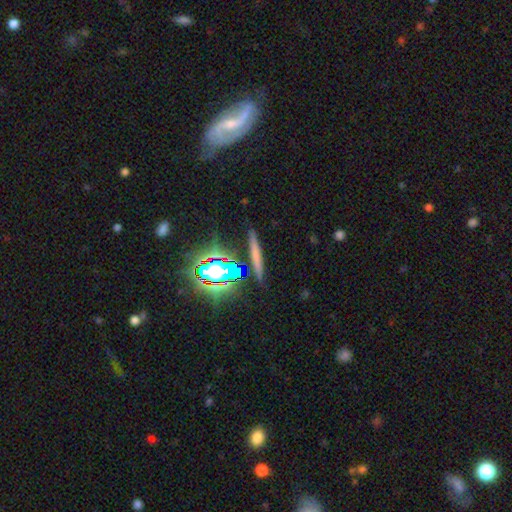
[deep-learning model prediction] Smooth or featured? Predicted: smooth (p=0.49). Merging? Predicted: none (p=0.84).